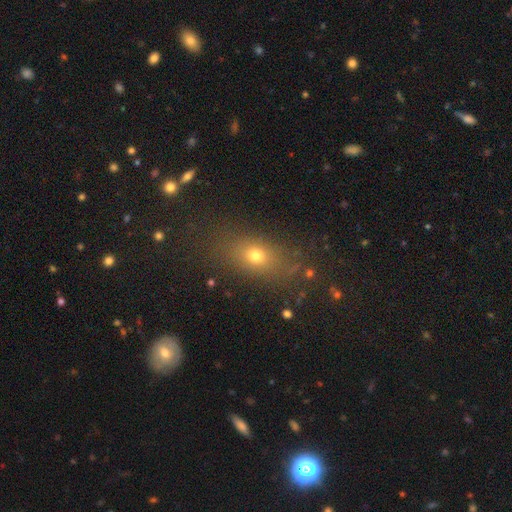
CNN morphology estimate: smooth 67%, star or artifact 18%, featured or disk 14%. Down the decision tree: how rounded — in between (67%); merging — none (79%).